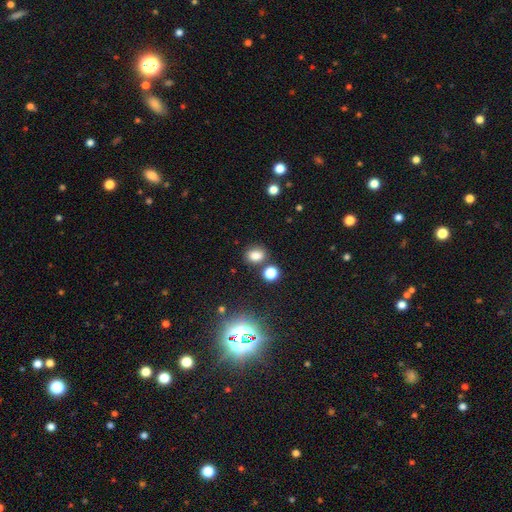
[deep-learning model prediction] A smooth galaxy with no disk features (77%) that is in between round and cigar-shaped (57%). Merging: none (72%).